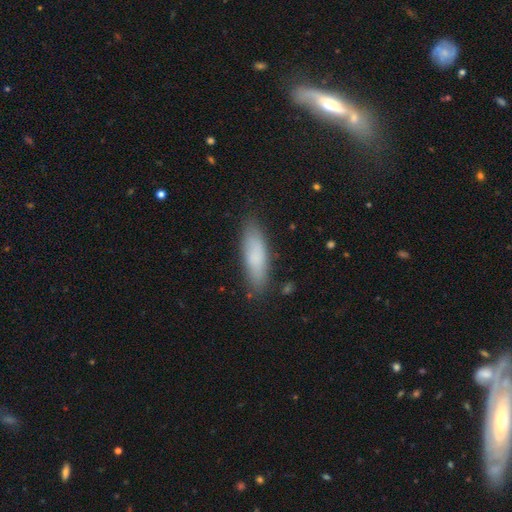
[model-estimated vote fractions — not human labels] Overall: smooth (80%). How rounded: cigar-shaped (55%; in between 44%). Merging: none (83%).